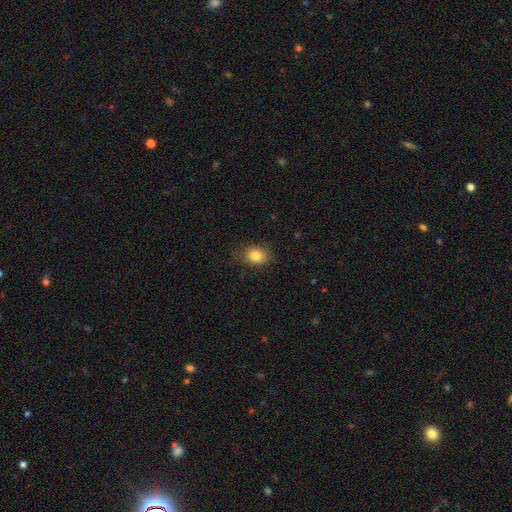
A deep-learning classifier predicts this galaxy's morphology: Smooth or featured? Predicted: smooth (p=0.83). How rounded? Predicted: in between (p=0.62). Merging? Predicted: none (p=0.80).